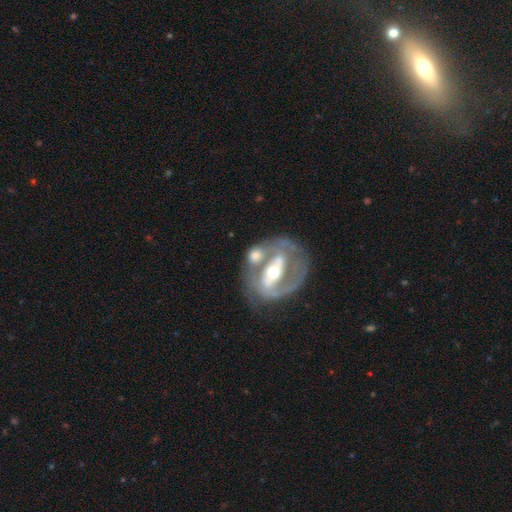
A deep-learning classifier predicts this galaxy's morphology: Overall: featured or disk (72%). Edge-on disk: no (94%). Bar: strong (39%; no 31%). Spiral arms: yes (59%; no 41%). Bulge size: moderate (72%). Merging: merger (40%; none 34%).